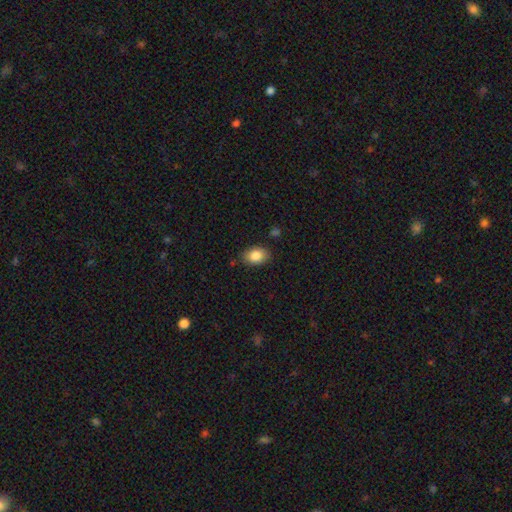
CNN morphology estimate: Smooth or featured? smooth (86%)
How rounded? in between (79%)
Merging? none (81%)